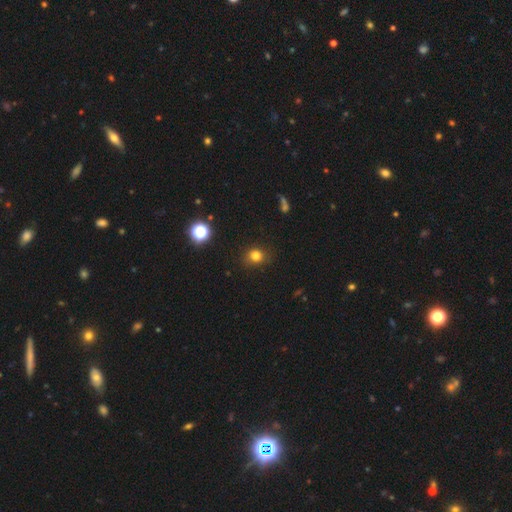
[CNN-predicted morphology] Overall: smooth (79%). How rounded: round (75%). Merging: none (85%).